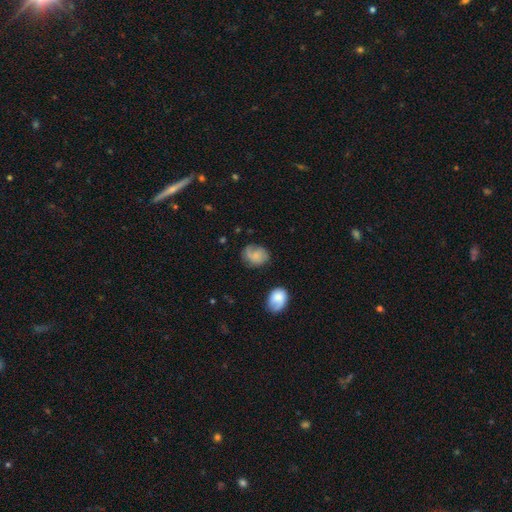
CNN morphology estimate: smooth 59%, featured or disk 31%, star or artifact 9%. Down the decision tree: how rounded — round (50%); merging — none (55%).